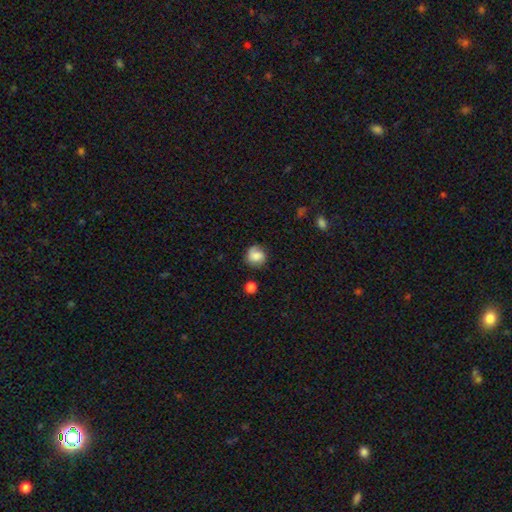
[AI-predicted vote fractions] The model was most divided on "merging": none: 75%, minor disturbance: 18%, major disturbance: 5%, merger: 3%. More confident: how rounded — round (85%); smooth or featured — smooth (75%).